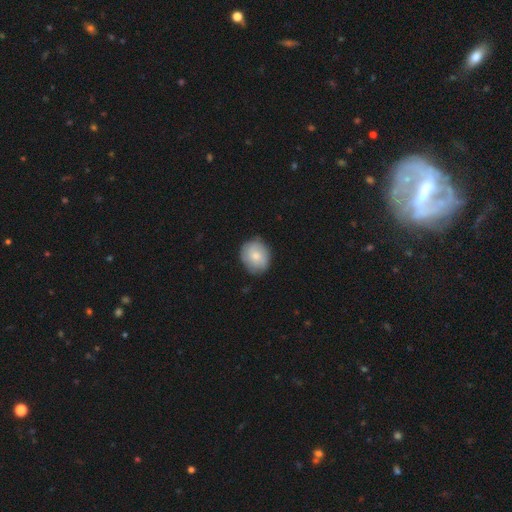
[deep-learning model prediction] Morphology: type=smooth (74%); roundness=round (73%); merging=none (79%).